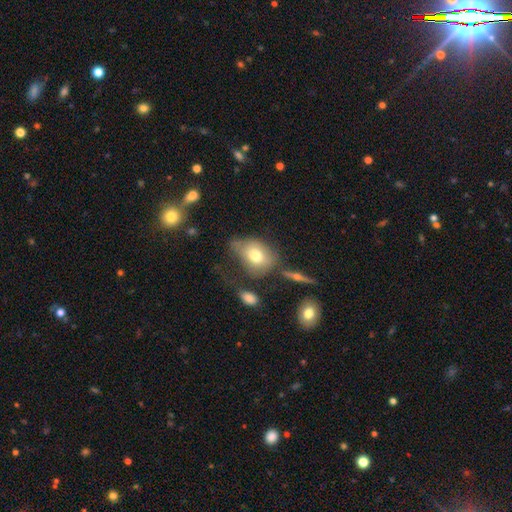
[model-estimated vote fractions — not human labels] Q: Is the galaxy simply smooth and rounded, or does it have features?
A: smooth — 69%.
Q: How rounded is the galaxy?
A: in between — 65%.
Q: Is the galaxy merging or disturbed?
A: none — 36%.